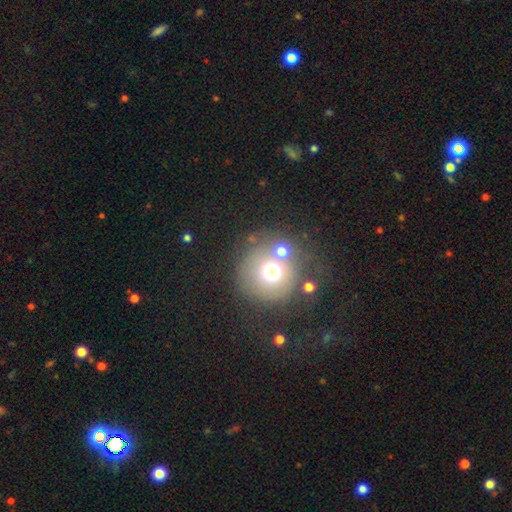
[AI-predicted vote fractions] smooth-or-featured: smooth: 57% | star or artifact: 22% | featured or disk: 21%
  how-rounded: round: 93% | in between: 6% | cigar-shaped: 1%
  merging: none: 59% | merger: 16% | minor disturbance: 13% | major disturbance: 12%